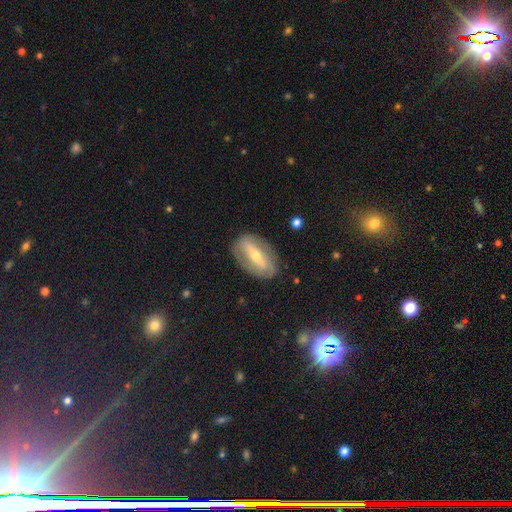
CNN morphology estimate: This is likely a featured or disk galaxy (68%). It is clearly not viewed edge-on (83%). Bar: likely strong (63%). Spiral arm pattern: possibly no (52%). Central bulge: possibly moderate (48%). Merging: clearly none (80%).